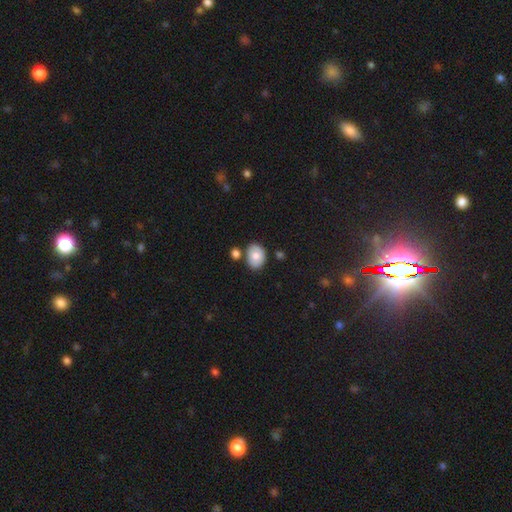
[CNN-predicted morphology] The model was most divided on "how rounded": in between: 71%, round: 28%, cigar-shaped: 1%. More confident: smooth or featured — smooth (78%); merging — none (75%).